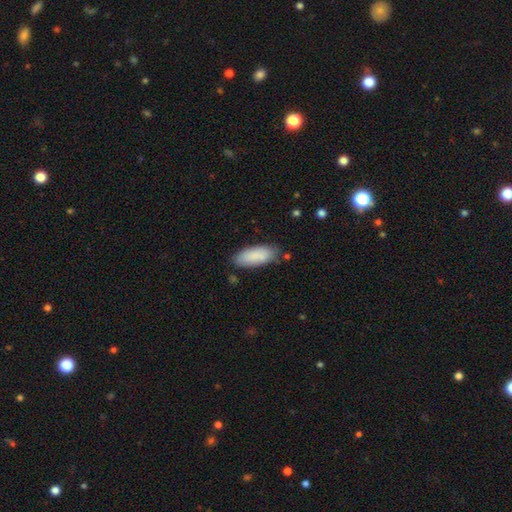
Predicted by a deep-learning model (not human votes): smooth_or_featured: smooth (p=0.88) [alt: featured or disk p=0.06]
how_rounded: in between (p=0.77) [alt: cigar-shaped p=0.22]
merging: none (p=0.81) [alt: minor disturbance p=0.14]